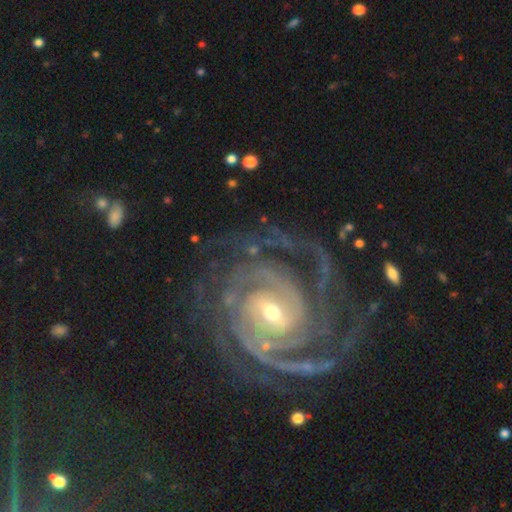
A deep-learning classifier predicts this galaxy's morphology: Smooth or featured?
  - featured or disk: 88% *
  - star or artifact: 9%
  - smooth: 4%
Edge-on disk?
  - no: 97% *
  - yes: 3%
Bar?
  - weak: 41% *
  - strong: 31%
  - no: 27%
Spiral arms?
  - yes: 98% *
  - no: 2%
Spiral winding?
  - tight: 75% *
  - medium: 21%
  - loose: 4%
Spiral arm count?
  - 2: 23% *
  - 3: 22%
  - can't tell: 17%
  - 4: 17%
  - more than 4: 11%
  - 1: 9%
Bulge size?
  - small: 58% *
  - moderate: 38%
  - large: 2%
  - none: 1%
  - dominant: 1%
Merging?
  - none: 72% *
  - minor disturbance: 15%
  - major disturbance: 11%
  - merger: 2%